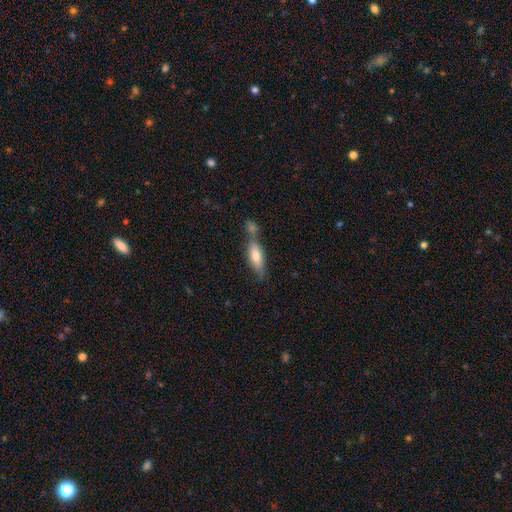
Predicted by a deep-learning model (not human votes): Smooth or featured? Predicted: smooth (p=0.65). How rounded? Predicted: in between (p=0.49, tied with cigar-shaped). Merging? Predicted: none (p=0.44).